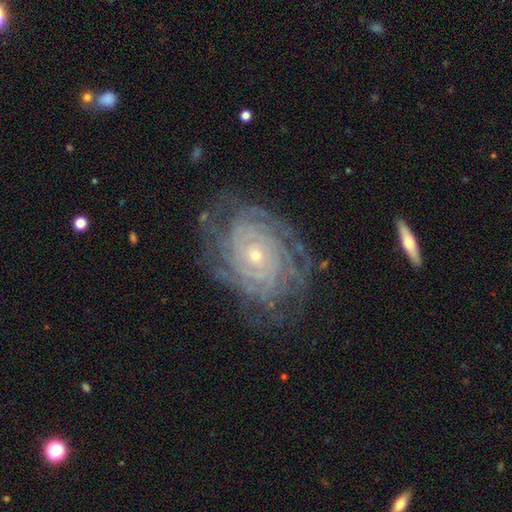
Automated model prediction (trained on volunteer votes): This is clearly a featured or disk galaxy (89%). It is clearly not viewed edge-on (97%). Bar: likely no (79%). Spiral arm pattern: clearly yes (97%). Spiral arm count: marginally can't tell (28%, tied with more than 4). Spiral winding: clearly tight (83%). Central bulge: likely small (76%). Merging: likely none (74%).